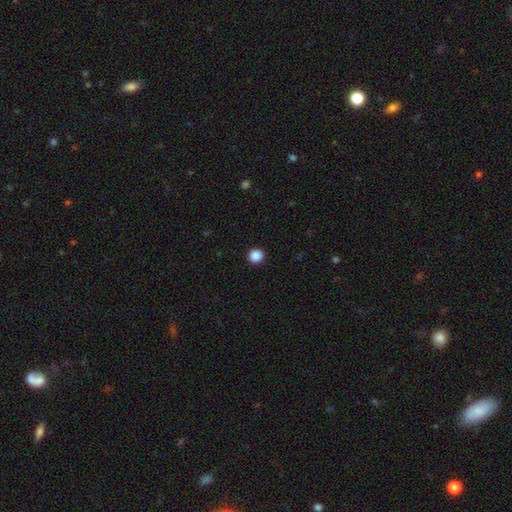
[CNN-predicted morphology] Smooth or featured? Predicted: smooth (p=0.88). How rounded? Predicted: round (p=0.93). Merging? Predicted: none (p=0.93).